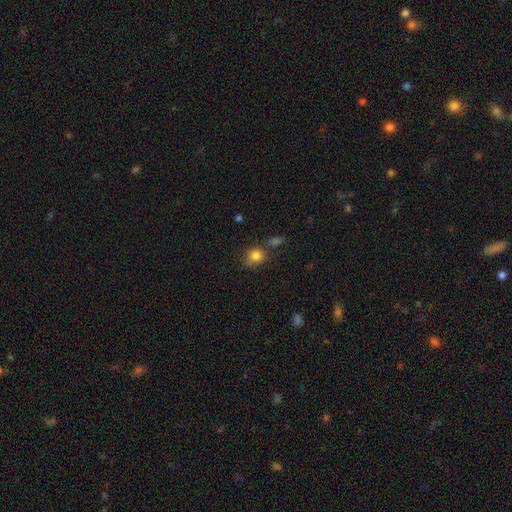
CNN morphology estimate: Smooth or featured: smooth — 82% (star or artifact — 11%)
How rounded: round — 72% (in between — 27%)
Merging: none — 61% (minor disturbance — 19%)